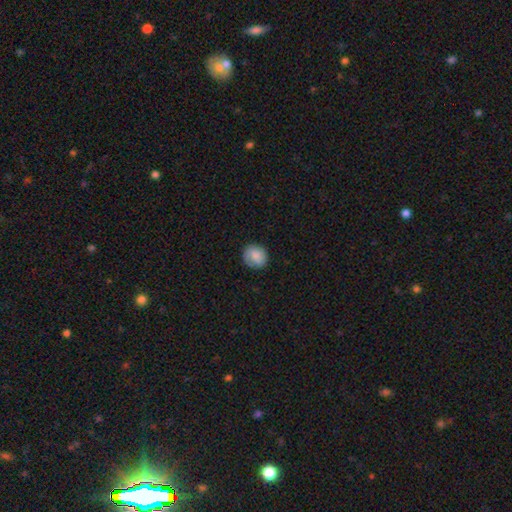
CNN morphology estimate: Smooth or featured? smooth (81%)
How rounded? round (77%)
Merging? none (80%)